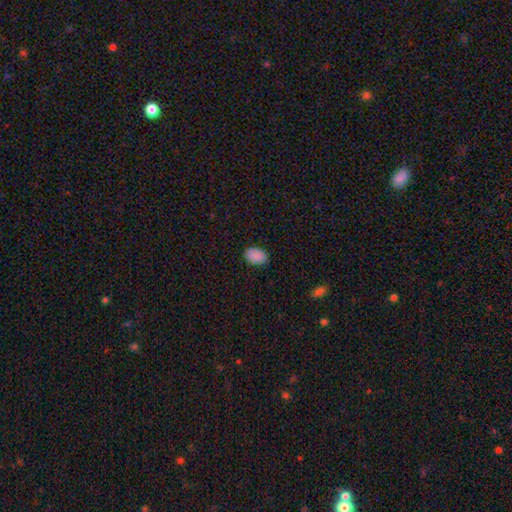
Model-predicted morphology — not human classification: smooth_or_featured: smooth (p=0.89) [alt: star or artifact p=0.08]
how_rounded: in between (p=0.81) [alt: round p=0.18]
merging: none (p=0.86) [alt: minor disturbance p=0.11]